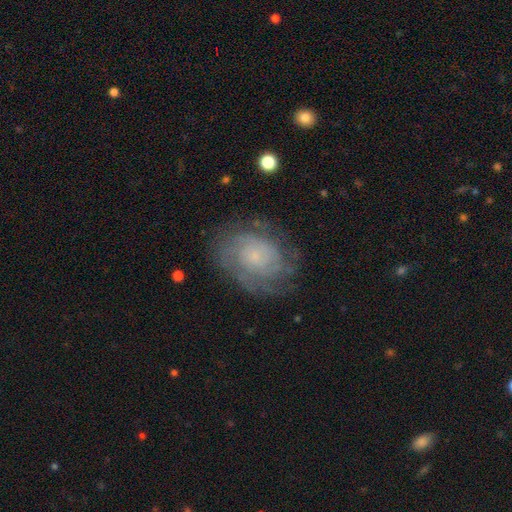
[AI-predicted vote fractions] This appears to be a featured or disk galaxy (74%) with no bar (79%), tight (65%) spiral arms (91%) and a small central bulge (66%). Merging: none (72%).